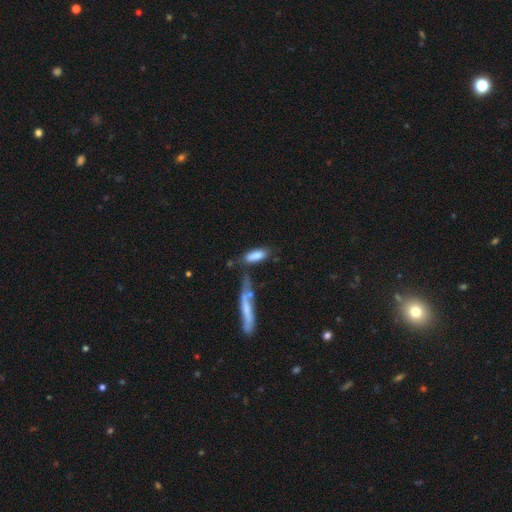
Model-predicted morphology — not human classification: Smooth or featured? smooth (81%)
How rounded? in between (62%)
Merging? none (54%)